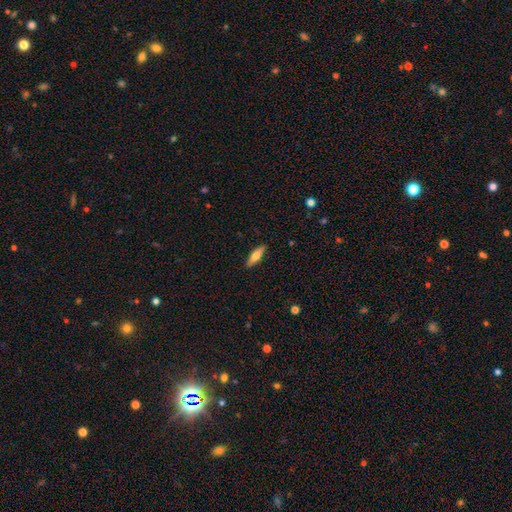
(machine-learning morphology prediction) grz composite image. It shows a smooth galaxy with no disk features (64%) that is cigar-shaped (62%). Merging: none (89%).